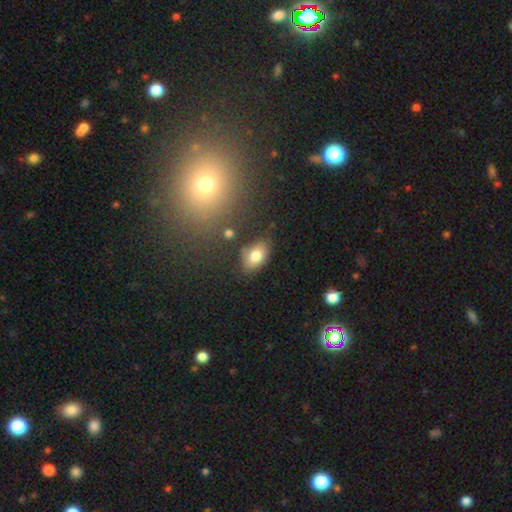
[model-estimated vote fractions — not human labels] This appears to be a smooth galaxy with no disk features (79%) that is in between round and cigar-shaped (89%). Merging: none (72%).